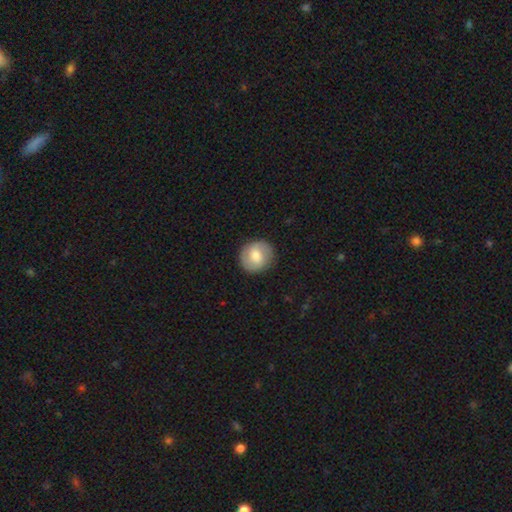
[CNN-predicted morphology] Smooth or featured? smooth (52%)
How rounded? round (88%)
Merging? none (88%)